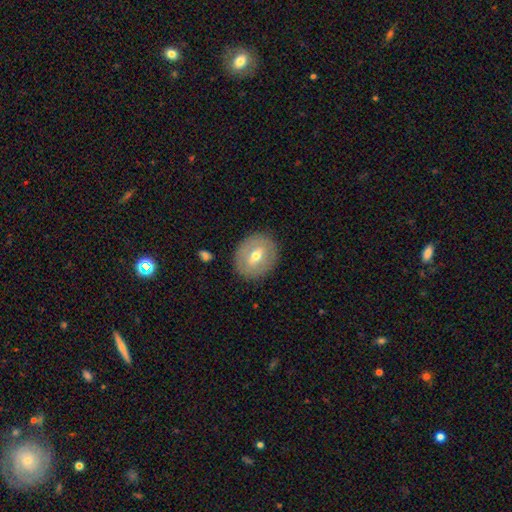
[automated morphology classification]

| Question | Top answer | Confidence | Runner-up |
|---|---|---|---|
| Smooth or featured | featured or disk | 50% | smooth (44%) |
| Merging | none | 86% | minor disturbance (9%) |